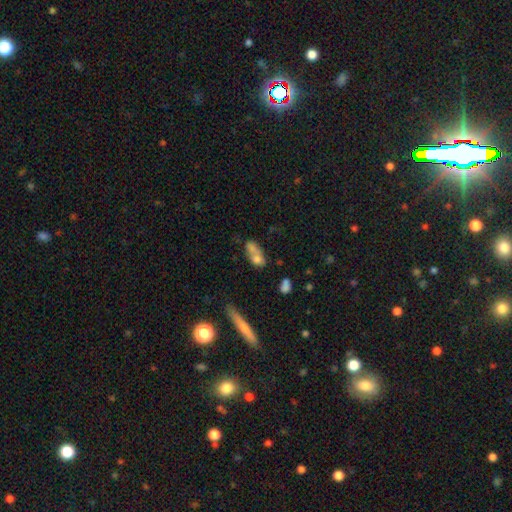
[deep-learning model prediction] This appears to be a smooth galaxy with no disk features (66%) that is in between round and cigar-shaped (74%). Merging: merger (46%).